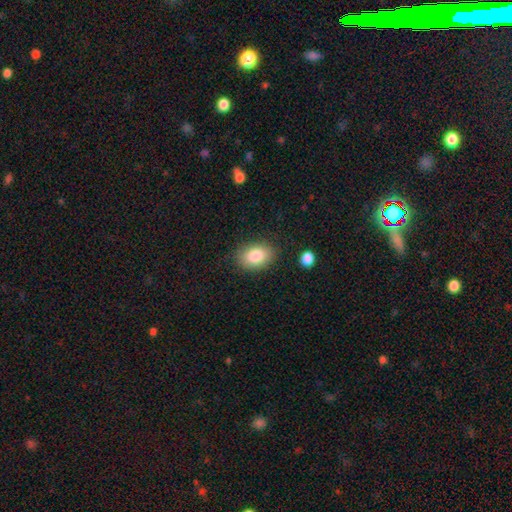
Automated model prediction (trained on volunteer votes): Morphology: type=smooth (84%); roundness=in between (79%); merging=none (83%).